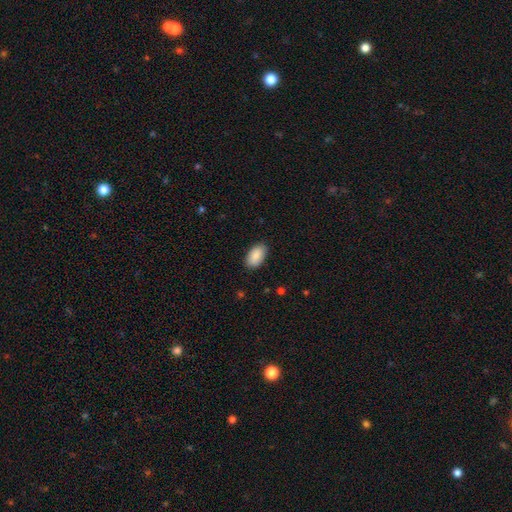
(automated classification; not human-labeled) Smooth or featured: smooth — 90% (star or artifact — 6%)
How rounded: in between — 95% (round — 4%)
Merging: none — 87% (minor disturbance — 10%)